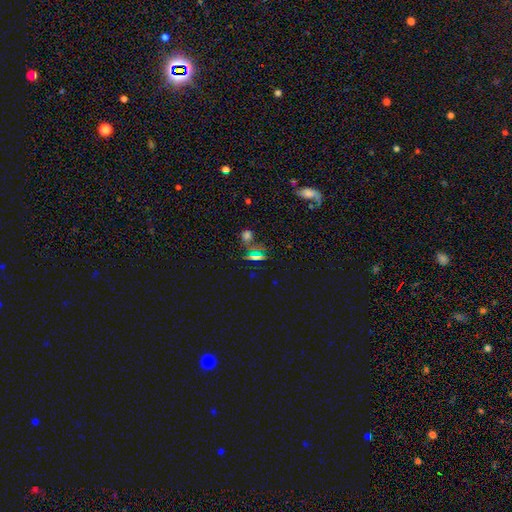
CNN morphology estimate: This appears to be a star or artifact, not a galaxy (47%).